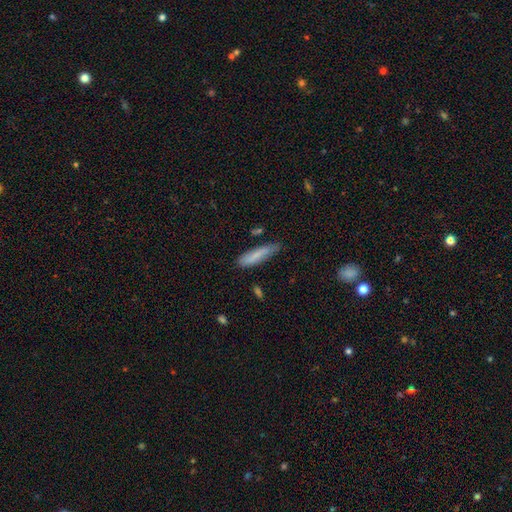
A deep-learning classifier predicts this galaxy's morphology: Smooth or featured? Predicted: smooth (p=0.78). How rounded? Predicted: cigar-shaped (p=0.77). Merging? Predicted: none (p=0.63).